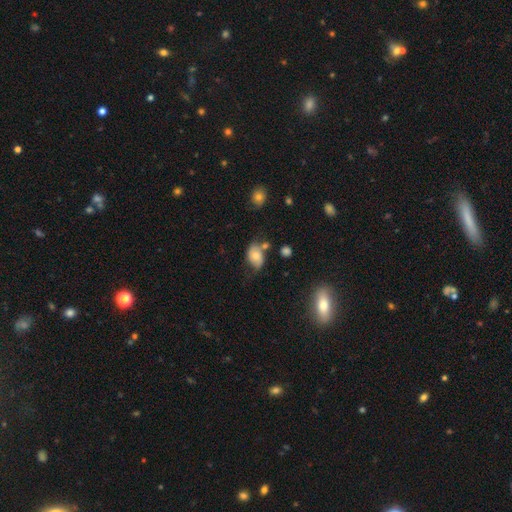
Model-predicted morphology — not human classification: A smooth galaxy with no disk features (67%) that is in between round and cigar-shaped (80%).

Vote fractions:
- Smooth or featured? smooth: 67% / featured or disk: 24% / star or artifact: 10%
- How rounded? in between: 80% / round: 18% / cigar-shaped: 1%
- Merging? none: 50% / minor disturbance: 27% / merger: 13% / major disturbance: 9%